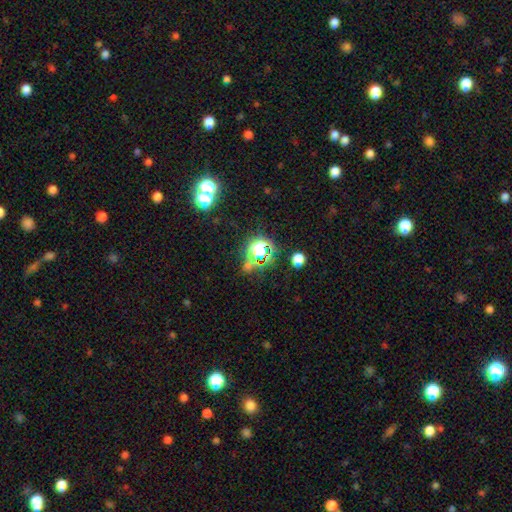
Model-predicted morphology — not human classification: Smooth or featured? Predicted: star or artifact (p=0.68).